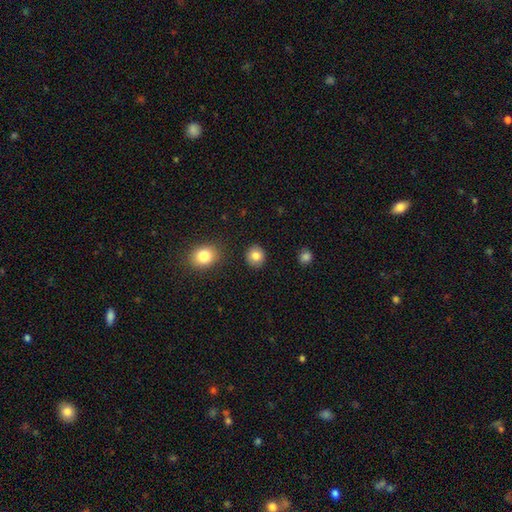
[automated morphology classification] type=smooth (83%); roundness=round (84%); merging=none (90%).